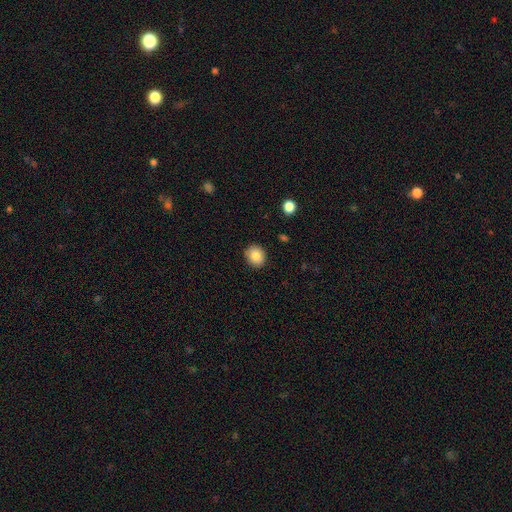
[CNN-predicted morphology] This is clearly a smooth galaxy (86%). How rounded: likely round (73%). Merging: clearly none (90%).